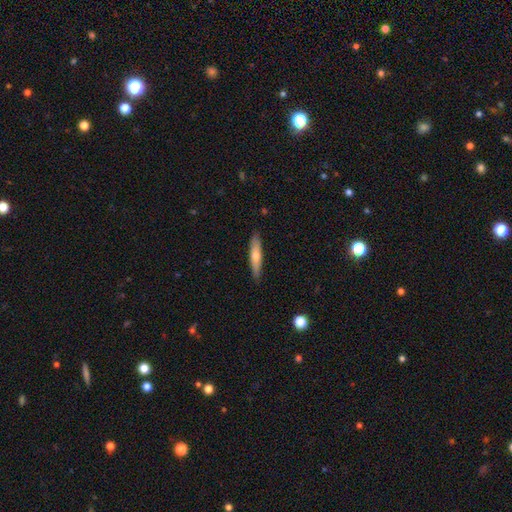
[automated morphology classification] Smooth or featured? smooth (61%)
How rounded? cigar-shaped (86%)
Merging? none (88%)